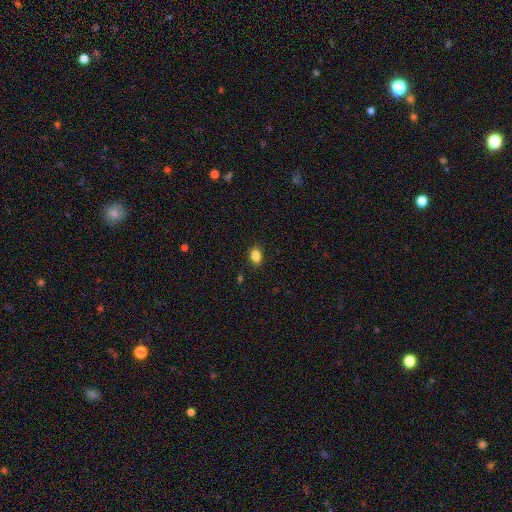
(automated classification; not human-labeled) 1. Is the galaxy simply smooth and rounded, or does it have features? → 86% smooth, 10% star or artifact, 4% featured or disk.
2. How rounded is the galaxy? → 79% in between, 19% round, 1% cigar-shaped.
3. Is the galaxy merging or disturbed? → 88% none, 9% minor disturbance, 2% major disturbance, 1% merger.